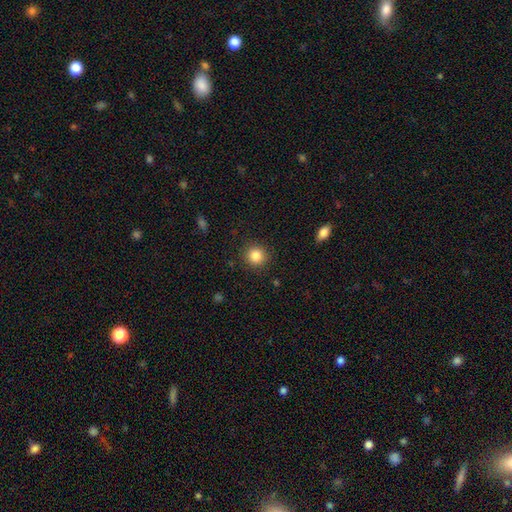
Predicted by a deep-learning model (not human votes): smooth-or-featured: smooth: 84% | star or artifact: 11% | featured or disk: 5%
  how-rounded: round: 92% | in between: 7% | cigar-shaped: 1%
  merging: none: 90% | minor disturbance: 6% | major disturbance: 2% | merger: 1%